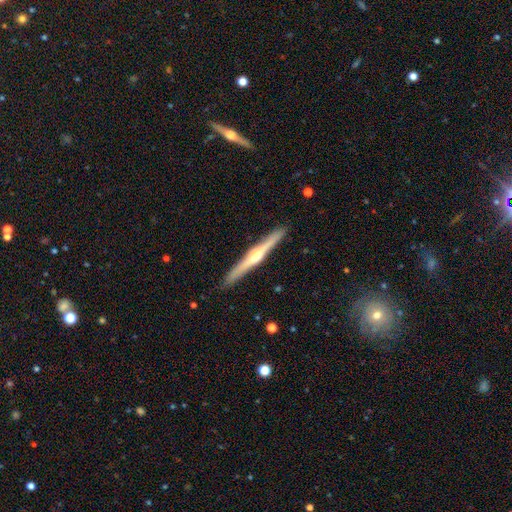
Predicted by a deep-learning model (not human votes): smooth_or_featured: featured or disk (p=0.74) [alt: smooth p=0.21]
disk_edge_on: yes (p=0.98) [alt: no p=0.02]
edge_on_bulge: rounded (p=0.88) [alt: none p=0.07]
merging: none (p=0.91) [alt: minor disturbance p=0.06]